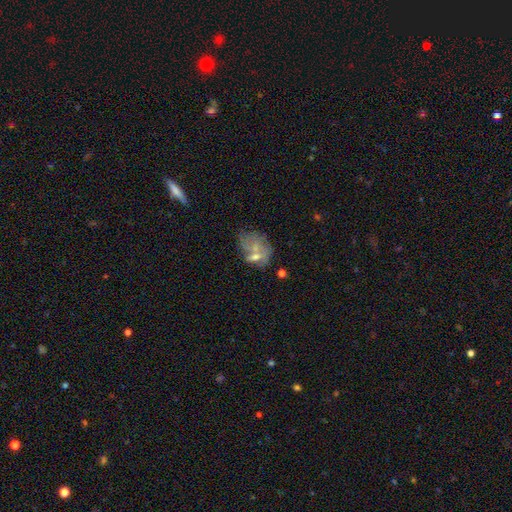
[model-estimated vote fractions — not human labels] smooth-or-featured: featured or disk: 44% | smooth: 39% | star or artifact: 17%
  merging: none: 40% | minor disturbance: 21% | merger: 21% | major disturbance: 19%